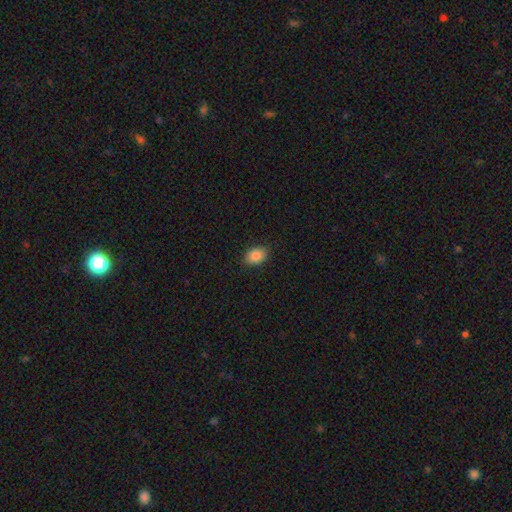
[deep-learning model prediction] Smooth or featured? Predicted: smooth (p=0.88). How rounded? Predicted: in between (p=0.80). Merging? Predicted: none (p=0.88).